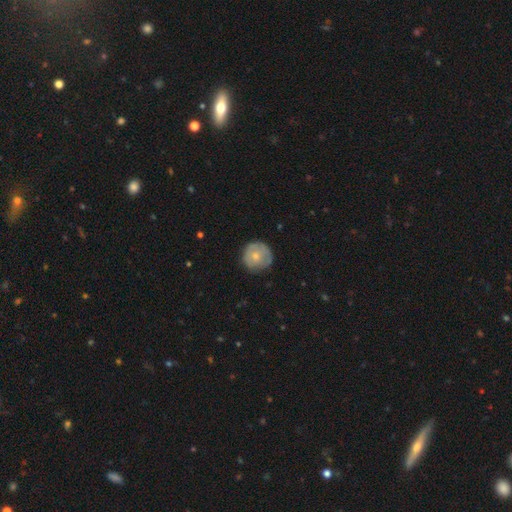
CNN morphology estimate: Smooth or featured? smooth (64%)
How rounded? round (94%)
Merging? none (77%)